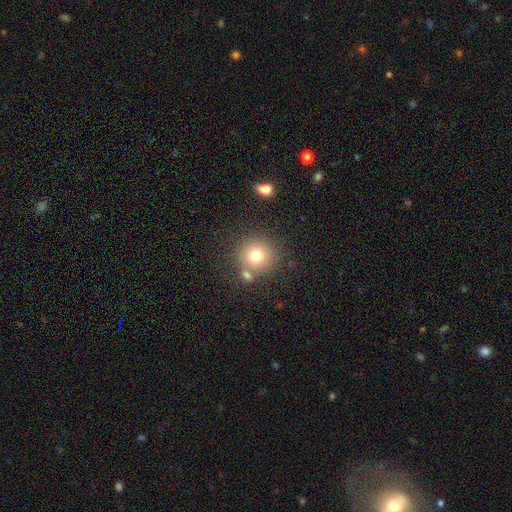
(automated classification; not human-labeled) Smooth or featured: smooth — 75% (star or artifact — 13%)
How rounded: round — 92% (in between — 7%)
Merging: none — 70% (merger — 16%)